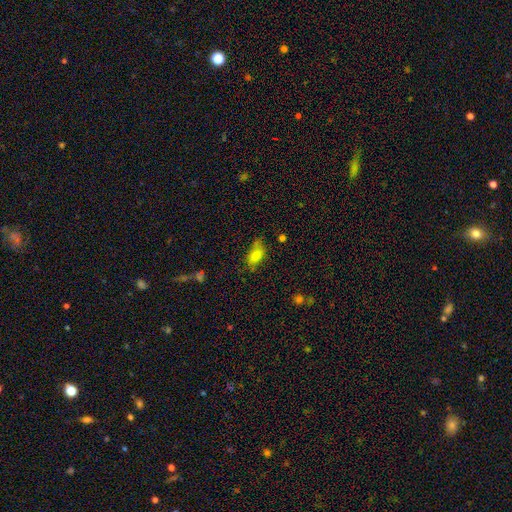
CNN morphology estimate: smooth-or-featured: smooth: 77% | featured or disk: 13% | star or artifact: 10%
  how-rounded: in between: 86% | cigar-shaped: 8% | round: 6%
  merging: none: 57% | minor disturbance: 29% | major disturbance: 10% | merger: 5%